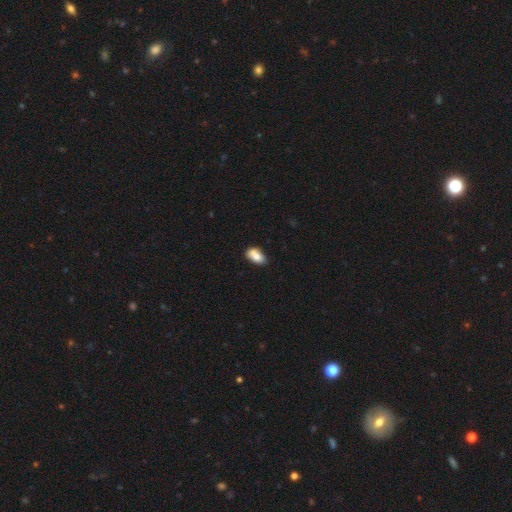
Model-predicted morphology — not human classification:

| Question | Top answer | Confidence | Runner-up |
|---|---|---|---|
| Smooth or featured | smooth | 78% | featured or disk (14%) |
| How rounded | in between | 90% | round (7%) |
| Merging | none | 53% | minor disturbance (23%) |